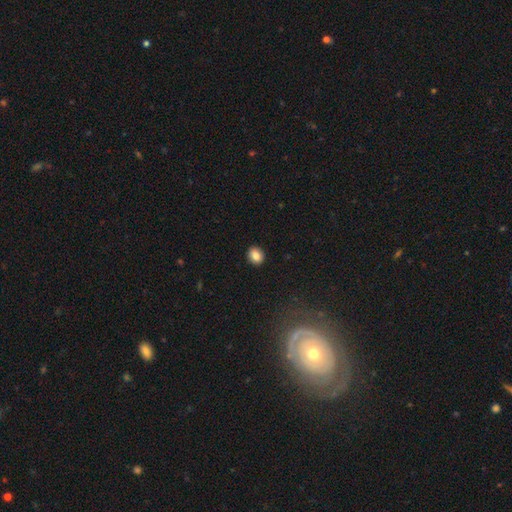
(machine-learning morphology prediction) The model was most divided on "how rounded": round: 62%, in between: 37%, cigar-shaped: 1%. More confident: merging — none (91%); smooth or featured — smooth (84%).